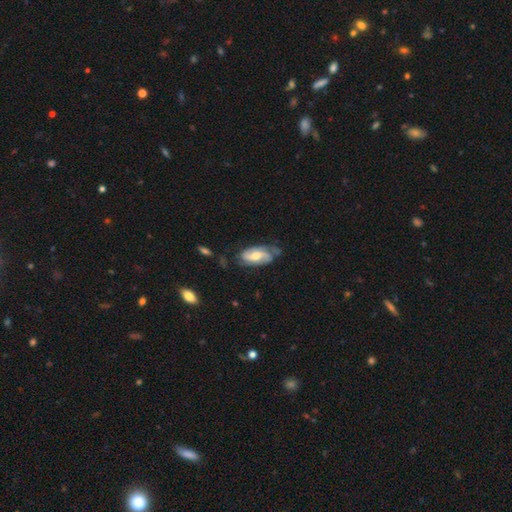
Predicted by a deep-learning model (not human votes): smooth_or_featured: featured or disk (p=0.75) [alt: smooth p=0.19]
disk_edge_on: no (p=0.94) [alt: yes p=0.06]
bar: no (p=0.42) [alt: weak p=0.41]
has_spiral_arms: yes (p=0.92) [alt: no p=0.08]
spiral_winding: medium (p=0.42) [alt: tight p=0.31]
spiral_arm_count: 2 (p=0.80) [alt: can't tell p=0.10]
bulge_size: moderate (p=0.67) [alt: small p=0.22]
merging: none (p=0.63) [alt: minor disturbance p=0.26]